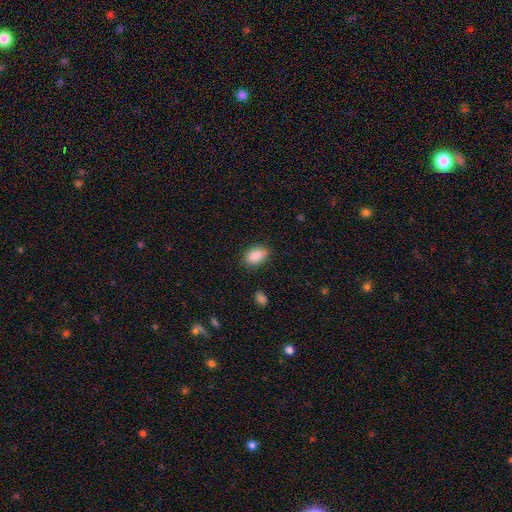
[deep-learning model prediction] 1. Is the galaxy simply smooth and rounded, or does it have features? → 88% smooth, 7% star or artifact, 5% featured or disk.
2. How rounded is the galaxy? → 89% in between, 9% round, 2% cigar-shaped.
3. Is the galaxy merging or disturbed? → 81% none, 14% minor disturbance, 3% major disturbance, 2% merger.